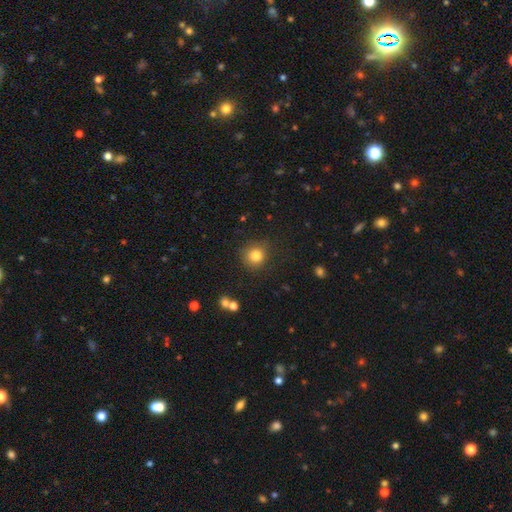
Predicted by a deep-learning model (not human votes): Overall: smooth (82%). How rounded: round (90%). Merging: none (82%).